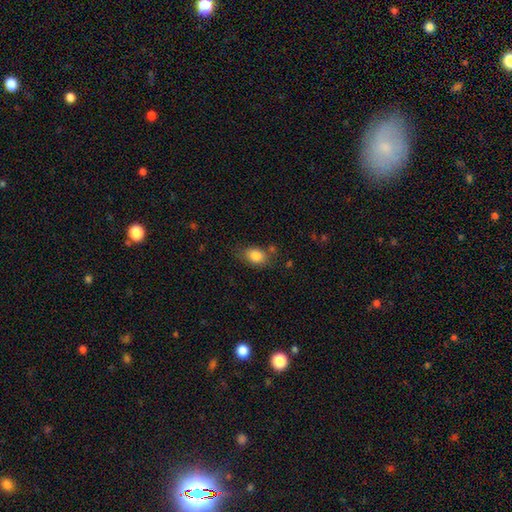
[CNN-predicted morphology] Overall: smooth (84%). How rounded: in between (78%). Merging: none (67%).